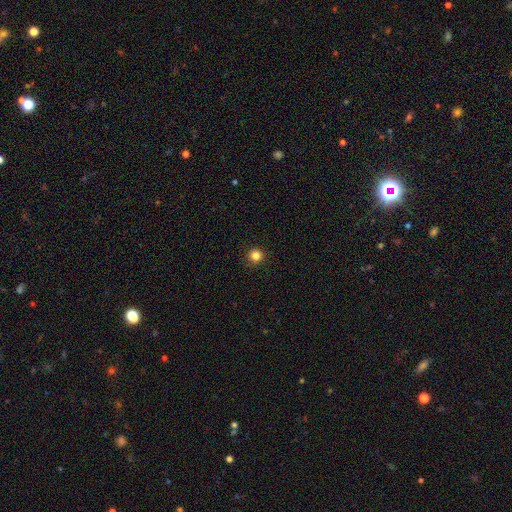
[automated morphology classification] Smooth or featured? Predicted: smooth (p=0.84). How rounded? Predicted: round (p=0.95). Merging? Predicted: none (p=0.92).